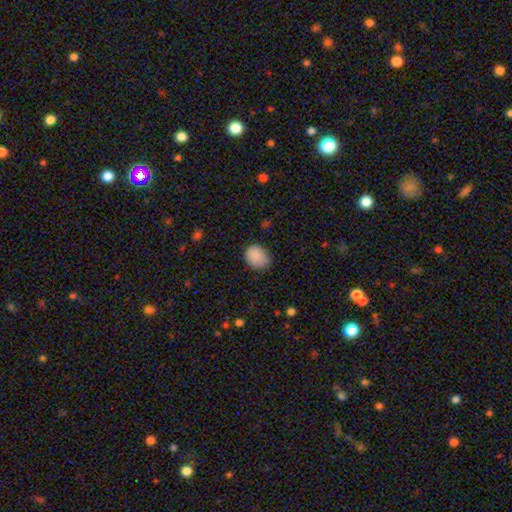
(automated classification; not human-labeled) Overall: smooth (87%). How rounded: in between (54%; round 45%). Merging: none (64%; minor disturbance 30%).